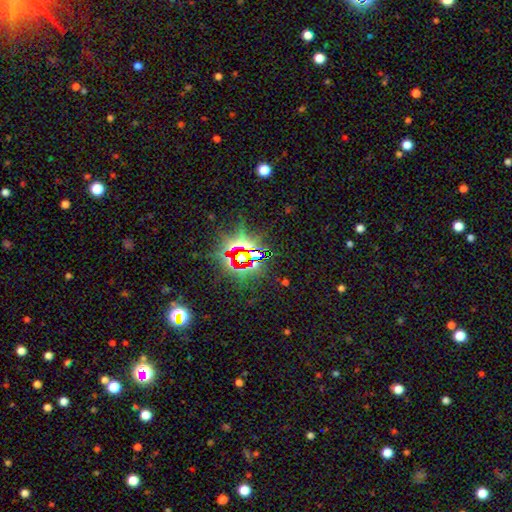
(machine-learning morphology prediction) Overall: star or artifact (82%).